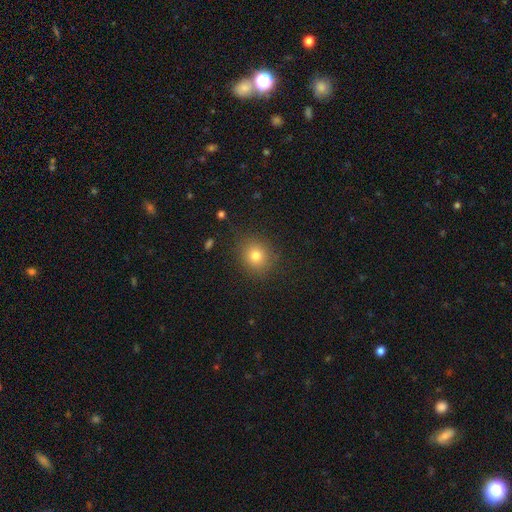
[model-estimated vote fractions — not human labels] Smooth or featured? Predicted: smooth (p=0.78). How rounded? Predicted: round (p=0.83). Merging? Predicted: none (p=0.85).